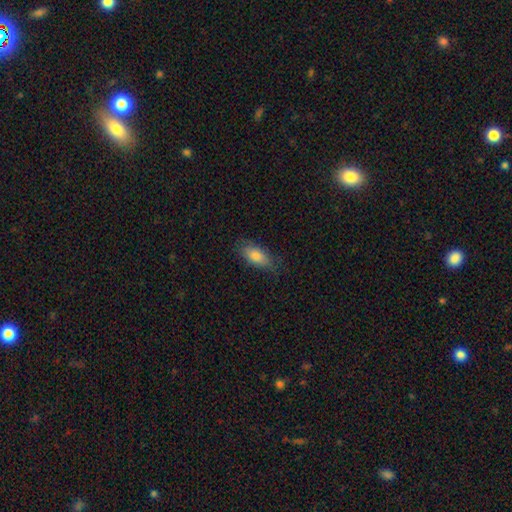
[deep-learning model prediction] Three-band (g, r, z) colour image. It shows a smooth galaxy with no disk features (81%) that is in between round and cigar-shaped (81%). Merging: none (79%).